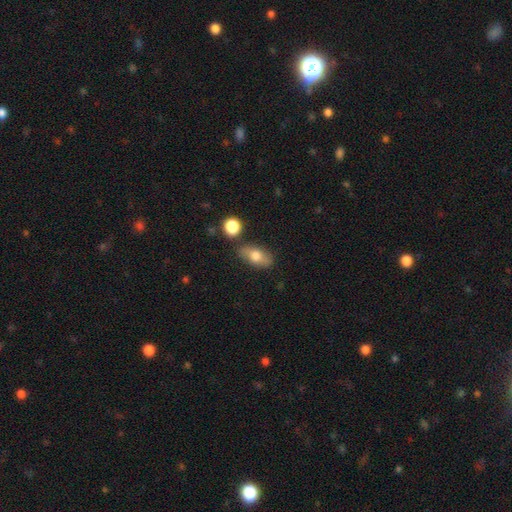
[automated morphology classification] smooth_or_featured: smooth (p=0.69) [alt: featured or disk p=0.22]
how_rounded: in between (p=0.85) [alt: round p=0.09]
merging: none (p=0.75) [alt: minor disturbance p=0.15]